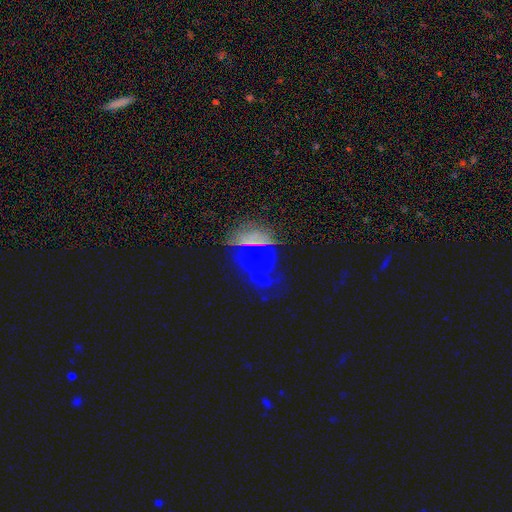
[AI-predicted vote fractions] smooth-or-featured: star or artifact: 48% | featured or disk: 29% | smooth: 23%